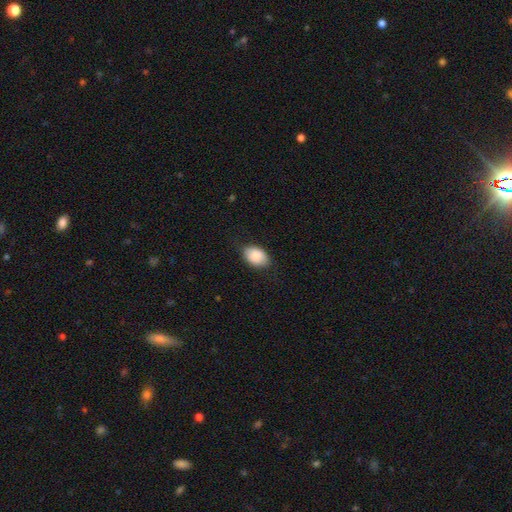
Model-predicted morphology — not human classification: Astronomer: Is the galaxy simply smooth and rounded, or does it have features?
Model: smooth — 84%.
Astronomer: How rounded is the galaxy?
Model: in between — 88%.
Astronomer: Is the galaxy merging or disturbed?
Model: none — 81%.